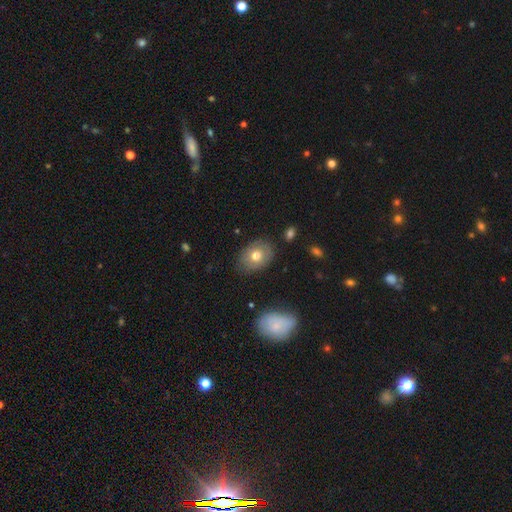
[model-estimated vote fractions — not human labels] Overall: smooth (69%). How rounded: in between (70%). Merging: none (81%).